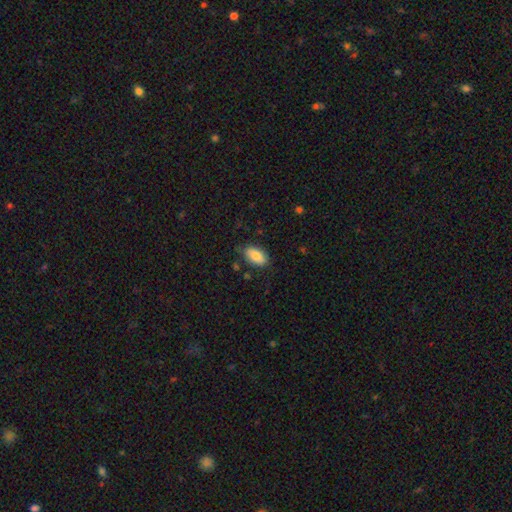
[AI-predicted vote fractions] smooth 85%, featured or disk 9%, star or artifact 7%. Down the decision tree: how rounded — in between (93%); merging — none (79%).